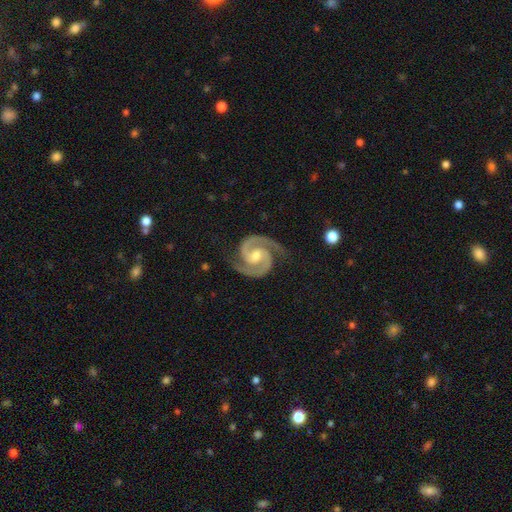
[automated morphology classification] Overall: featured or disk (95%). Edge-on disk: no (98%). Bar: weak (44%; no 39%). Spiral arms: yes (99%). Spiral arm count: 2 (95%). Spiral winding: medium (52%; tight 42%). Bulge size: moderate (67%). Merging: none (82%).